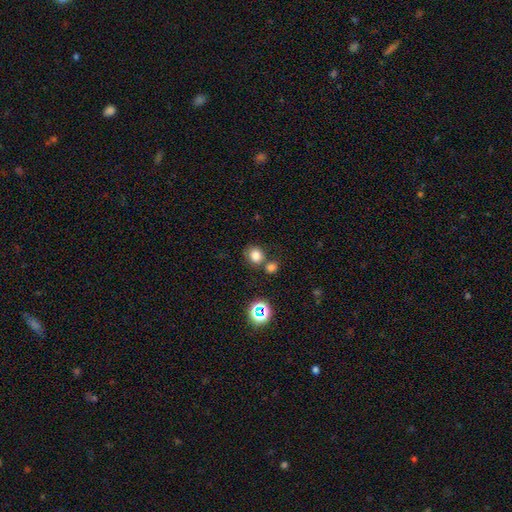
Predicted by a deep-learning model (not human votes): Smooth or featured? Predicted: smooth (p=0.78). How rounded? Predicted: round (p=0.79). Merging? Predicted: none (p=0.65).